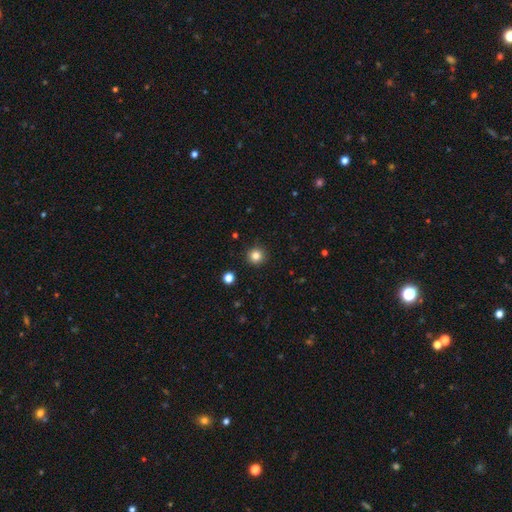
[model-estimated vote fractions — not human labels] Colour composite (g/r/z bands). It shows a smooth galaxy with no disk features (83%) that is round (95%). Merging: none (92%).